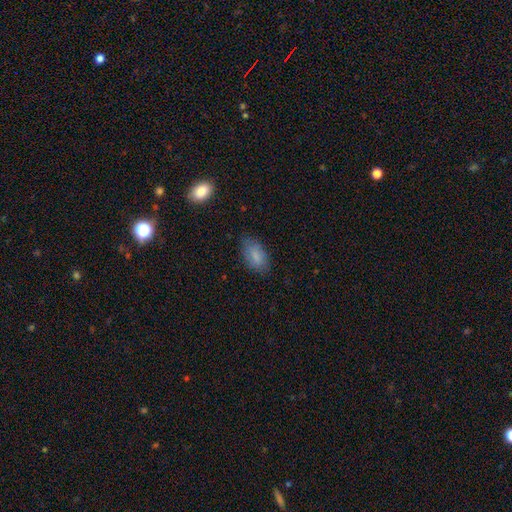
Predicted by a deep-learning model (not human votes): Smooth or featured?
  - smooth: 82% *
  - featured or disk: 10%
  - star or artifact: 8%
How rounded?
  - in between: 92% *
  - round: 4%
  - cigar-shaped: 4%
Merging?
  - none: 72% *
  - minor disturbance: 21%
  - major disturbance: 5%
  - merger: 1%